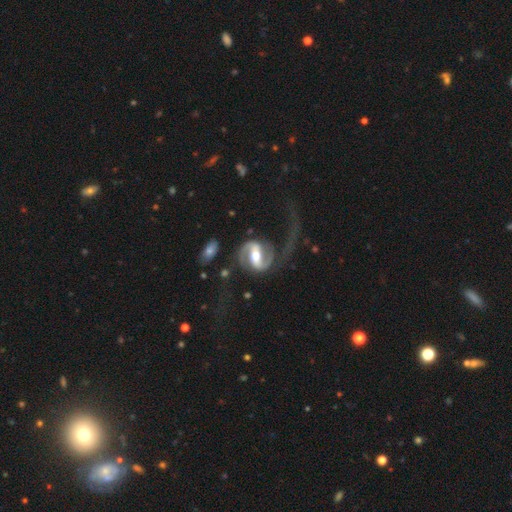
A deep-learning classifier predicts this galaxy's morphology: Smooth or featured? featured or disk (90%)
Edge-on disk? no (97%)
Bar? strong (61%)
Spiral arms? yes (96%)
Spiral winding? loose (45%)
Spiral arm count? 2 (89%)
Bulge size? moderate (72%)
Merging? none (46%)